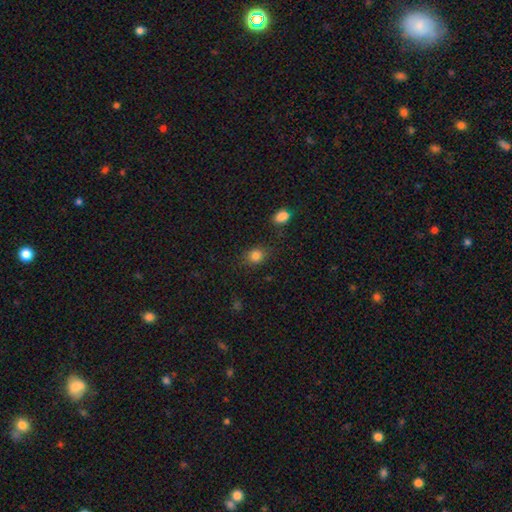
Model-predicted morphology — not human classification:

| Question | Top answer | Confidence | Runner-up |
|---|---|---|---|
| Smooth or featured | smooth | 83% | star or artifact (12%) |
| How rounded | round | 65% | in between (34%) |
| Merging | none | 81% | minor disturbance (12%) |